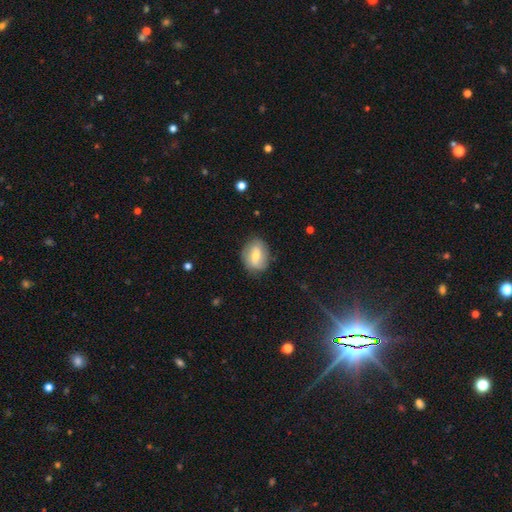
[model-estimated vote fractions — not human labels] The model was most divided on "smooth or featured": smooth: 55%, featured or disk: 38%, star or artifact: 7%. More confident: merging — none (77%); how rounded — in between (66%).